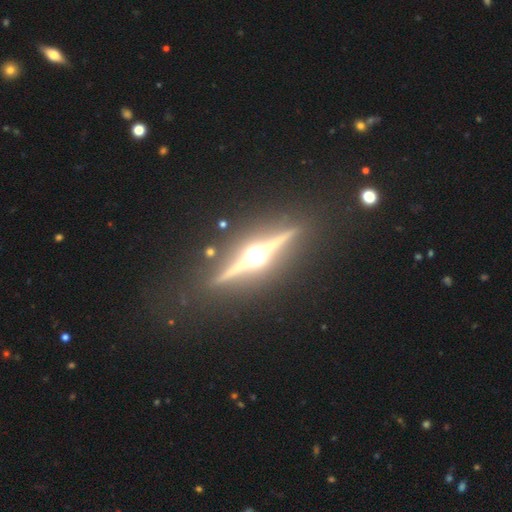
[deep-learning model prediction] Smooth or featured: featured or disk — 85% (star or artifact — 10%)
Edge-on disk: yes — 97% (no — 3%)
Edge-on bulge: rounded — 95% (boxy — 3%)
Merging: none — 90% (minor disturbance — 7%)